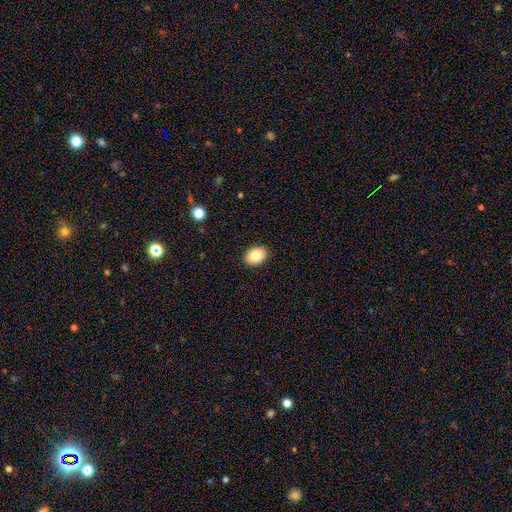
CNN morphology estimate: type=smooth (84%); roundness=in between (77%); merging=none (90%).